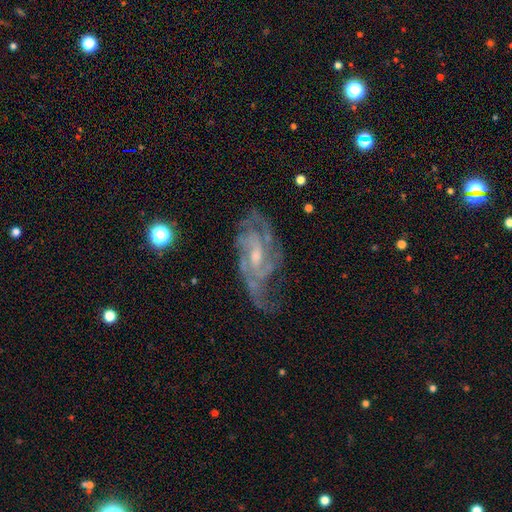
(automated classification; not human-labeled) smooth_or_featured: featured or disk (p=0.87) [alt: star or artifact p=0.06]
disk_edge_on: no (p=0.95) [alt: yes p=0.05]
bar: weak (p=0.50) [alt: no p=0.38]
has_spiral_arms: yes (p=0.95) [alt: no p=0.05]
spiral_winding: medium (p=0.46) [alt: tight p=0.40]
spiral_arm_count: 2 (p=0.34) [alt: 3 p=0.24]
bulge_size: moderate (p=0.46) [alt: small p=0.42]
merging: none (p=0.56) [alt: minor disturbance p=0.23]